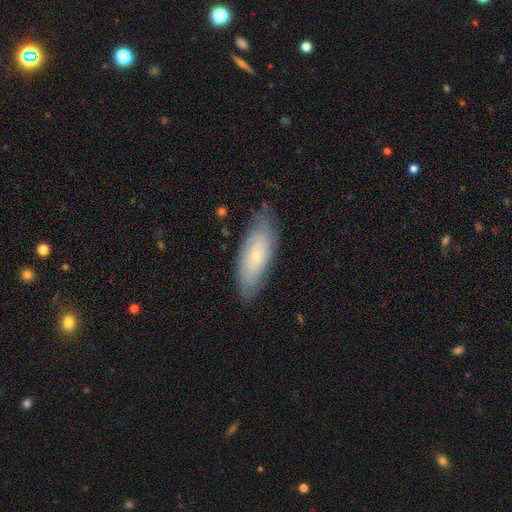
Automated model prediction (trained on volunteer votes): The model was most divided on "smooth or featured": featured or disk: 47%, smooth: 45%, star or artifact: 7%. More confident: merging — none (76%).